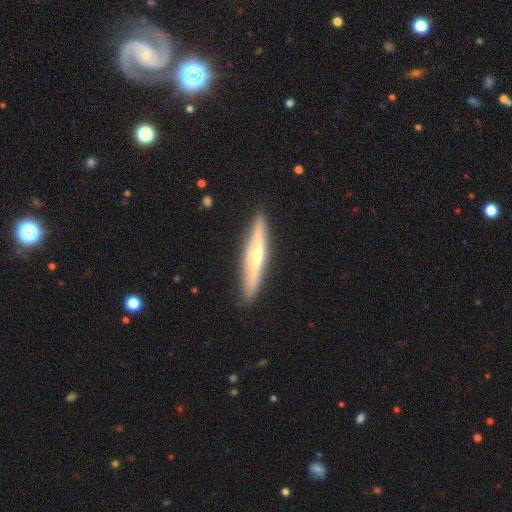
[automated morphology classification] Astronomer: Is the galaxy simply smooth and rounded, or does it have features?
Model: featured or disk — 63%.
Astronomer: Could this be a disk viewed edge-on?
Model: yes — 92%.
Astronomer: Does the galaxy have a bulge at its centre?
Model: rounded — 82%.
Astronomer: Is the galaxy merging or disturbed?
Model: none — 90%.